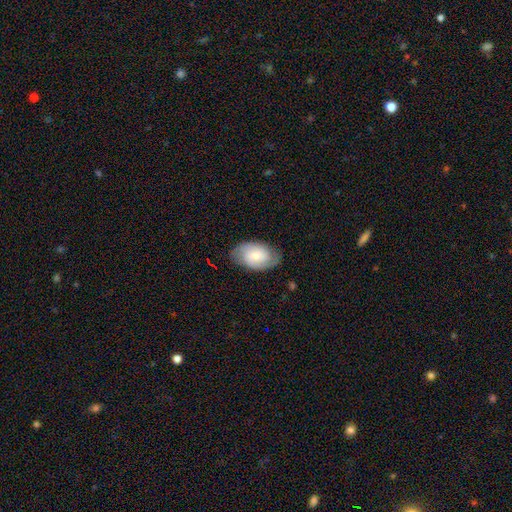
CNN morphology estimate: Smooth or featured? featured or disk (54%)
Edge-on disk? no (95%)
Bar? no (63%)
Spiral arms? yes (84%)
Bulge size? small (50%)
Merging? none (76%)